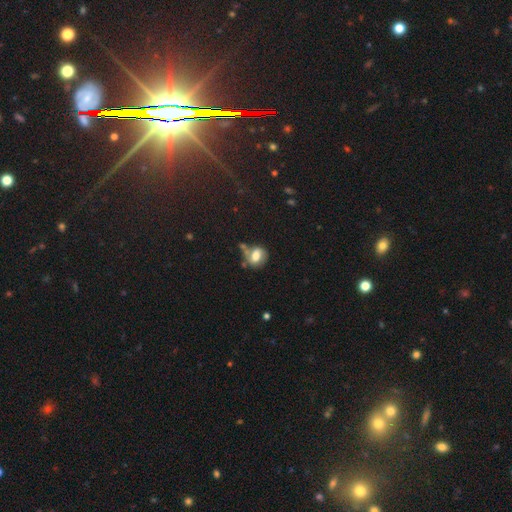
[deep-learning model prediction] This is likely a smooth galaxy (61%). How rounded: possibly round (49%, tied with in between). Merging: possibly none (45%).